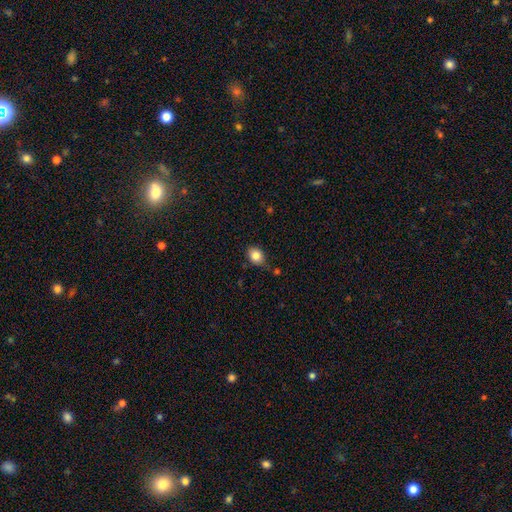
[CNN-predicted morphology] Q: Smooth or featured?
A: smooth (84%); runner-up: star or artifact (9%)
Q: How rounded?
A: in between (57%); runner-up: round (42%)
Q: Merging?
A: none (73%); runner-up: minor disturbance (19%)